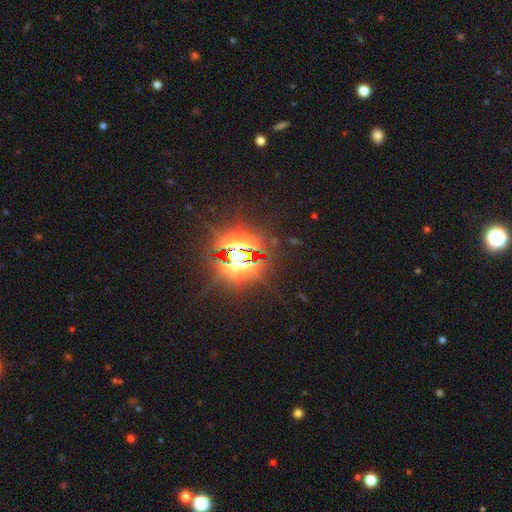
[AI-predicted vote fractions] This appears to be a star or artifact, not a galaxy (86%).